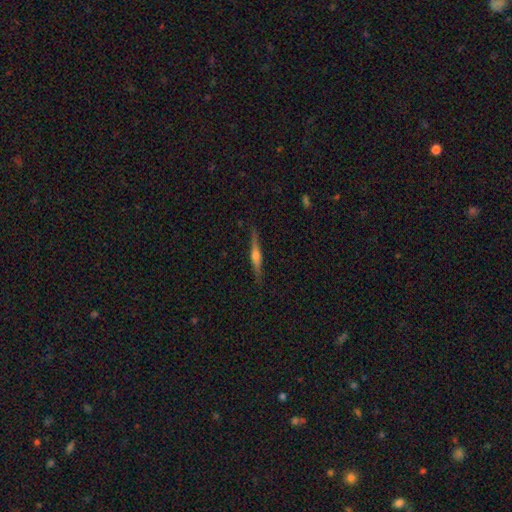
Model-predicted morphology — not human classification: The model was most divided on "smooth or featured": featured or disk: 71%, smooth: 22%, star or artifact: 6%. More confident: edge-on disk — yes (98%); merging — none (88%); edge-on bulge — rounded (81%).